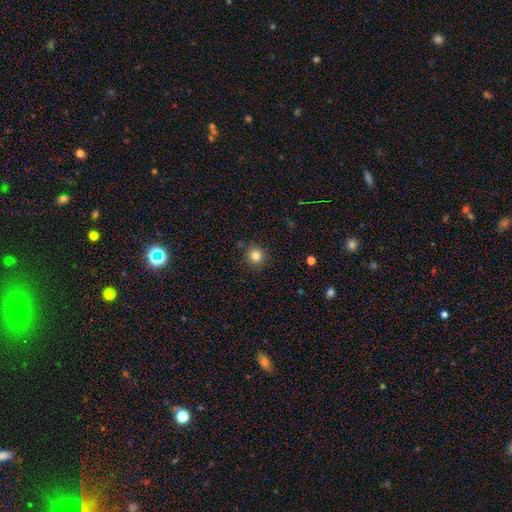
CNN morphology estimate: smooth 82%, star or artifact 12%, featured or disk 6%. Down the decision tree: how rounded — round (94%); merging — none (86%).